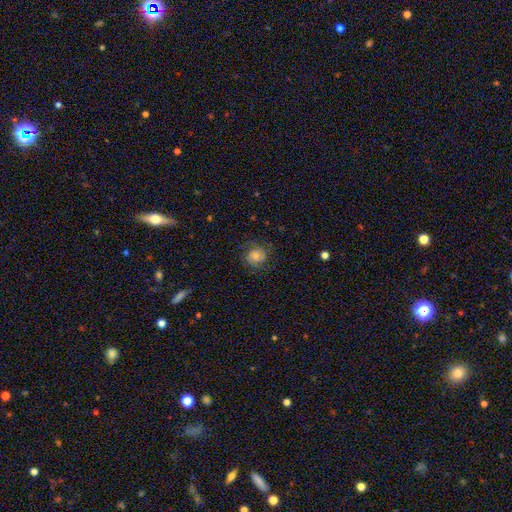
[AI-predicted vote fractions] Smooth or featured?
  - smooth: 49% *
  - featured or disk: 38%
  - star or artifact: 14%
Merging?
  - none: 75% *
  - minor disturbance: 16%
  - major disturbance: 8%
  - merger: 1%